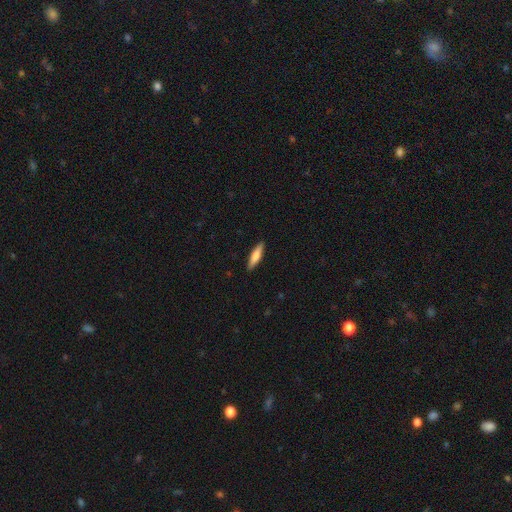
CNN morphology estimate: The model was most divided on "how rounded": cigar-shaped: 74%, in between: 25%, round: 2%. More confident: merging — none (90%); smooth or featured — smooth (74%).